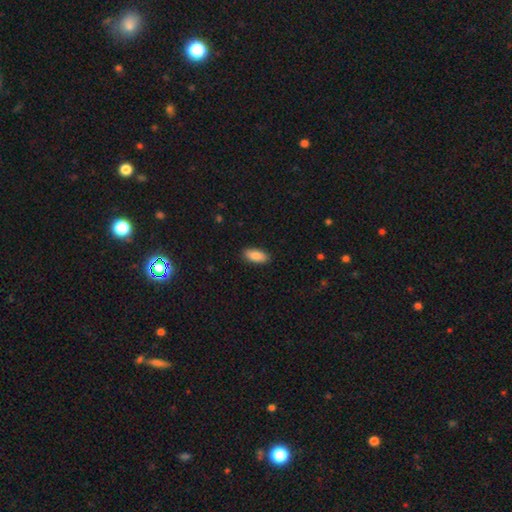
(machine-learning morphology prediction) This appears to be a smooth galaxy with no disk features (86%) that is in between round and cigar-shaped (88%). Merging: none (89%).